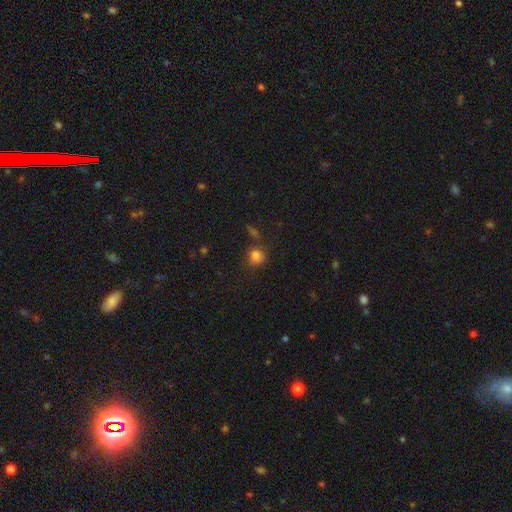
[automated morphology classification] type=smooth (76%); roundness=round (72%); merging=none (61%).